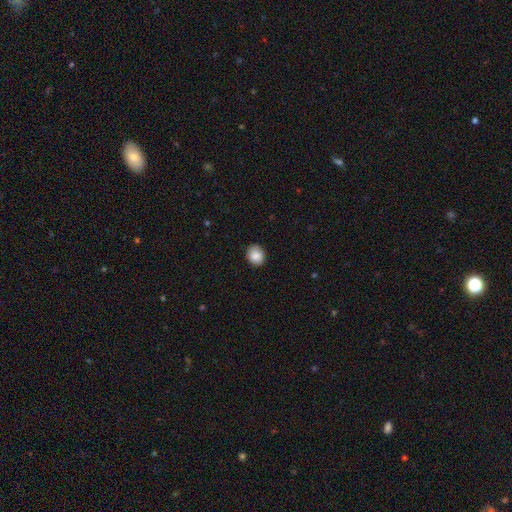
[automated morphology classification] Smooth or featured? smooth (87%)
How rounded? round (67%)
Merging? none (87%)